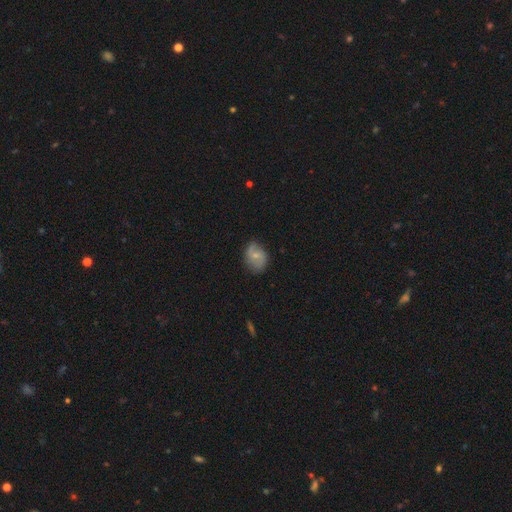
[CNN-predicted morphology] Q: Smooth or featured?
A: smooth (49%); runner-up: featured or disk (43%)
Q: Merging?
A: none (67%); runner-up: minor disturbance (25%)